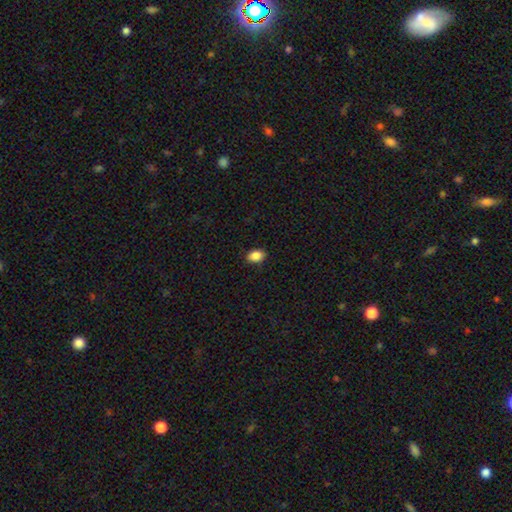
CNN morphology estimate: The model was most divided on "how rounded": in between: 80%, round: 19%, cigar-shaped: 1%. More confident: merging — none (87%); smooth or featured — smooth (87%).